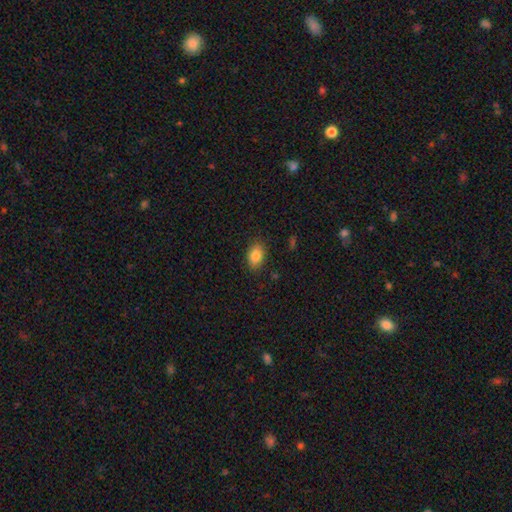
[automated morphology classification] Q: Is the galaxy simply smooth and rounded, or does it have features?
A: smooth — 85%.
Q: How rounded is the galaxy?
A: in between — 87%.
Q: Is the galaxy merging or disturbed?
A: none — 86%.